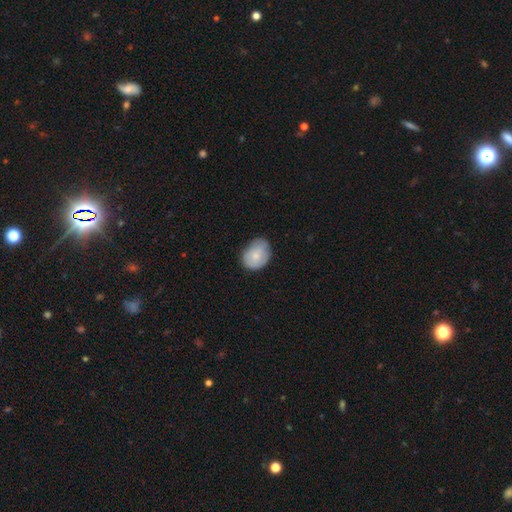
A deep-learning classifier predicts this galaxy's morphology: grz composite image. It shows a smooth galaxy with no disk features (76%) that is in between round and cigar-shaped (60%). Merging: none (63%).